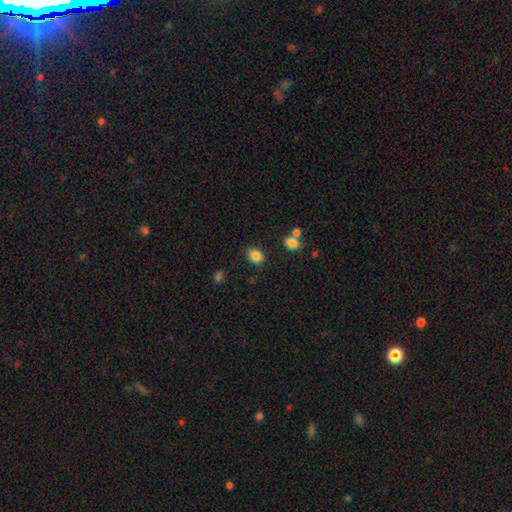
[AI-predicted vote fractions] This is clearly a smooth galaxy (86%). How rounded: possibly in between (59%). Merging: clearly none (81%).